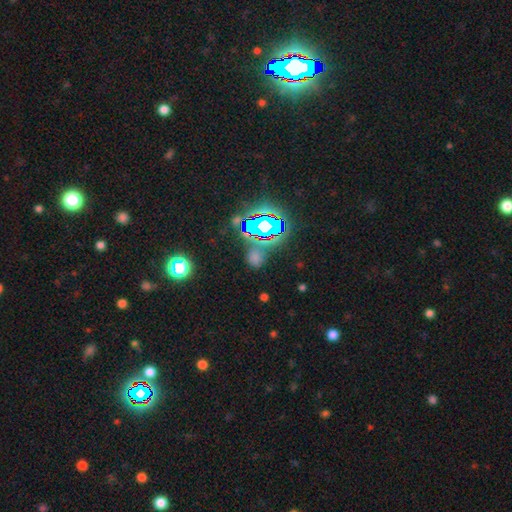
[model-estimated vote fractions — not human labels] Overall: star or artifact (48%; smooth 43%).